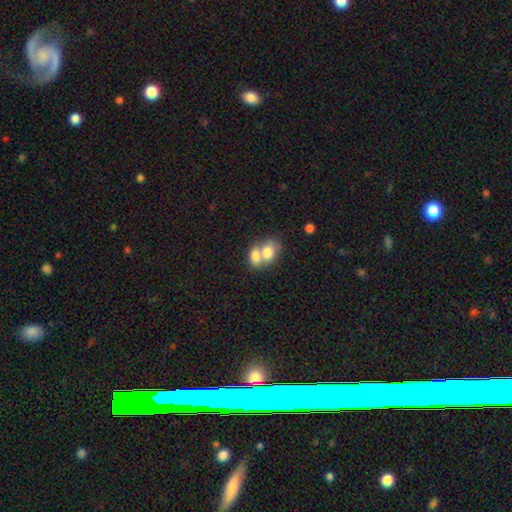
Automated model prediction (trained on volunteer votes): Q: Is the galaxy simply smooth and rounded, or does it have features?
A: smooth — 75%.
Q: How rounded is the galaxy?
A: in between — 67%.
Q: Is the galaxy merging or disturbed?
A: merger — 72%.